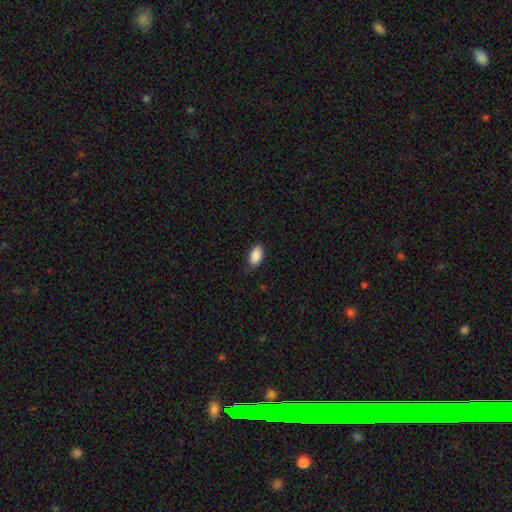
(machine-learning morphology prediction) A smooth galaxy with no disk features (89%) that is in between round and cigar-shaped (94%).

Vote fractions:
- Smooth or featured? smooth: 89% / star or artifact: 7% / featured or disk: 4%
- How rounded? in between: 94% / round: 4% / cigar-shaped: 2%
- Merging? none: 73% / minor disturbance: 22% / major disturbance: 4% / merger: 1%